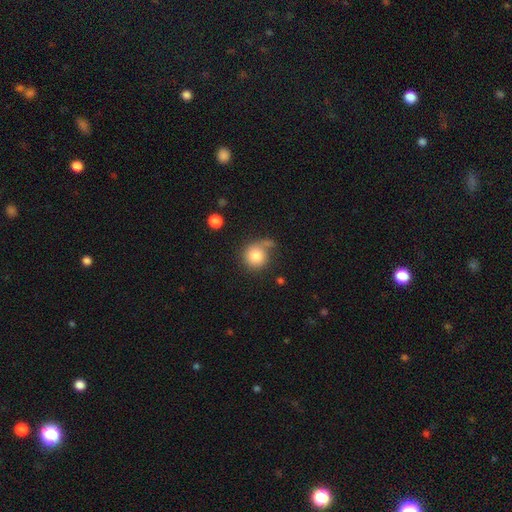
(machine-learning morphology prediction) smooth_or_featured: smooth (p=0.80) [alt: featured or disk p=0.12]
how_rounded: round (p=0.89) [alt: in between p=0.10]
merging: none (p=0.51) [alt: minor disturbance p=0.21]